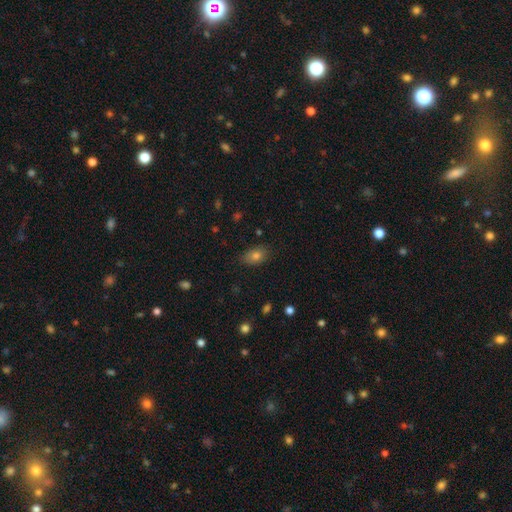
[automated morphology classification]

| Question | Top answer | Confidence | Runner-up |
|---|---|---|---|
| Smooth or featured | smooth | 78% | star or artifact (12%) |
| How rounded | in between | 82% | round (16%) |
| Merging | none | 81% | minor disturbance (15%) |